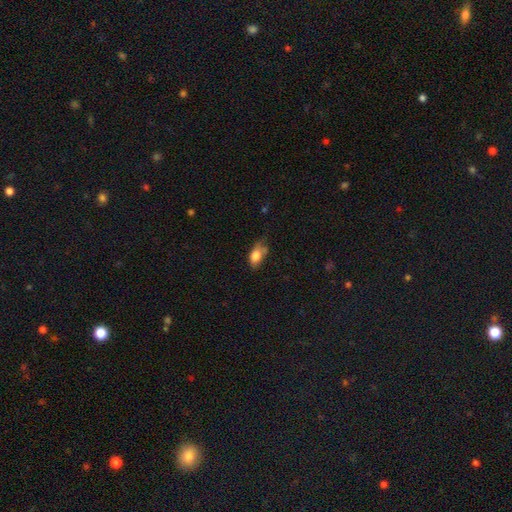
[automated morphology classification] type=smooth (78%); roundness=in between (87%); merging=none (40%).